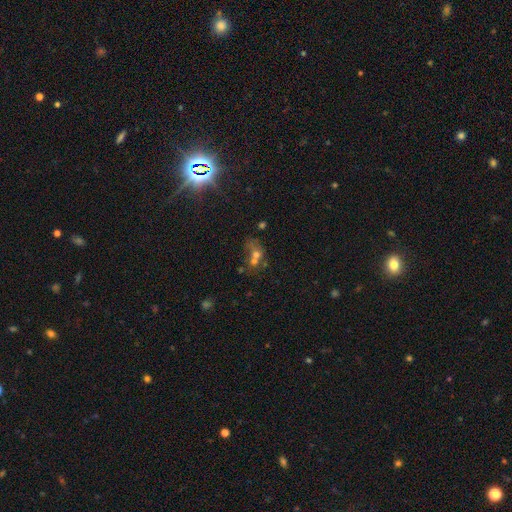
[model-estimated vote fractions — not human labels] Smooth or featured? Predicted: smooth (p=0.51). How rounded? Predicted: round (p=0.54). Merging? Predicted: merger (p=0.58).